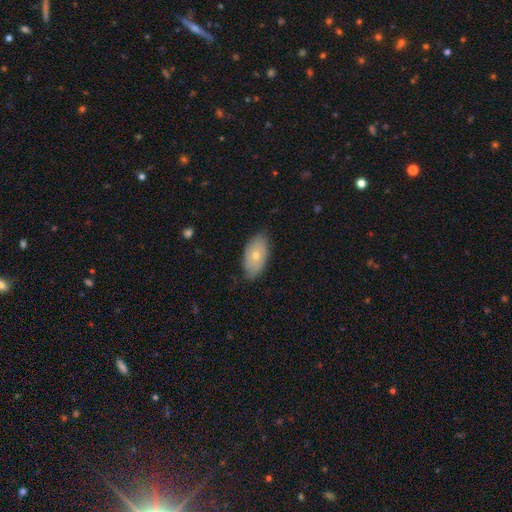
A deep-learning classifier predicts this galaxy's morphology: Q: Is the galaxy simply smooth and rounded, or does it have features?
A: smooth — 65%.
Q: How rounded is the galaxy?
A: in between — 93%.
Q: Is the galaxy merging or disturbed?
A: none — 75%.